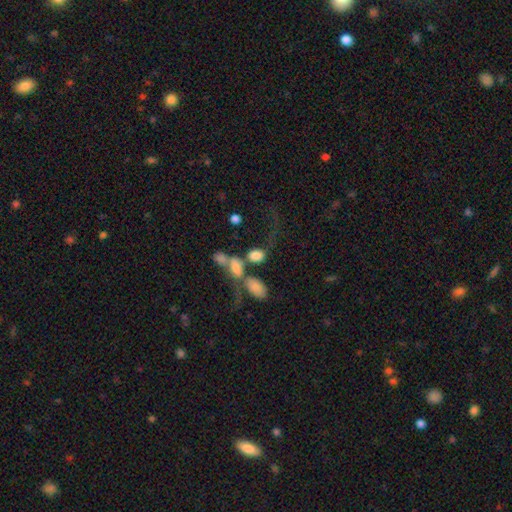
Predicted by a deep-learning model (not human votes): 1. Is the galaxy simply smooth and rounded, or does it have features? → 69% smooth, 19% featured or disk, 12% star or artifact.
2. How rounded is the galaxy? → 78% in between, 18% round, 4% cigar-shaped.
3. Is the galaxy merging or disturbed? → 47% merger, 22% major disturbance, 21% none, 10% minor disturbance.